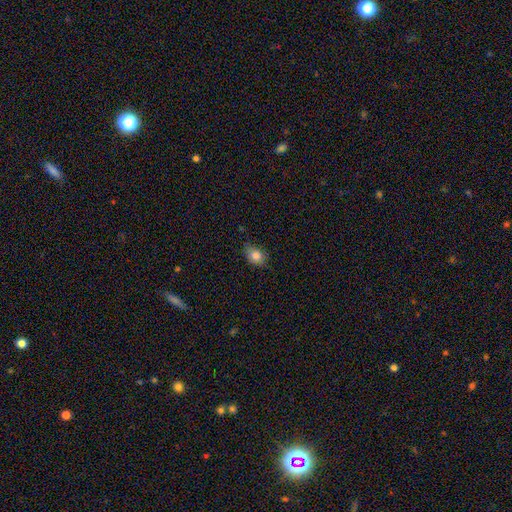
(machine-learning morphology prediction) Smooth or featured?
  - smooth: 82% *
  - star or artifact: 10%
  - featured or disk: 8%
How rounded?
  - in between: 64% *
  - round: 34%
  - cigar-shaped: 1%
Merging?
  - none: 74% *
  - minor disturbance: 22%
  - major disturbance: 3%
  - merger: 1%